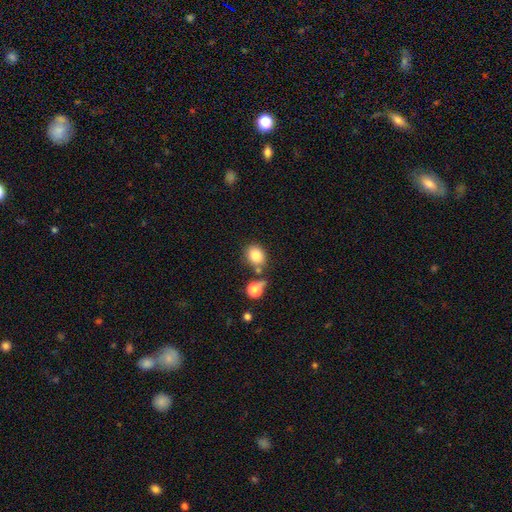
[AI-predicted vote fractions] Smooth or featured?
  - smooth: 84% *
  - star or artifact: 10%
  - featured or disk: 6%
How rounded?
  - round: 56% *
  - in between: 43%
  - cigar-shaped: 1%
Merging?
  - none: 65% *
  - merger: 15%
  - minor disturbance: 15%
  - major disturbance: 5%